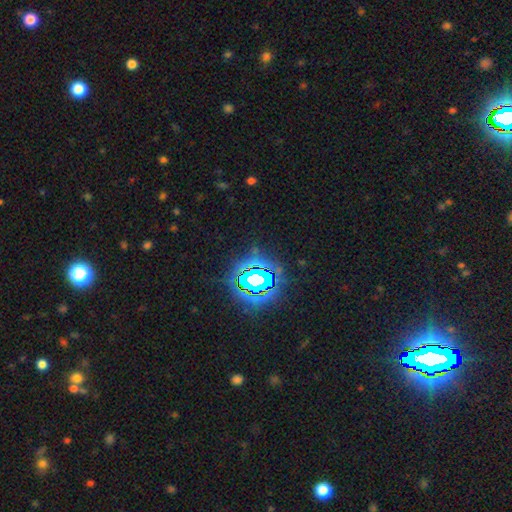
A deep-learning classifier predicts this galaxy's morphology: Q: Smooth or featured?
A: star or artifact (83%); runner-up: smooth (11%)